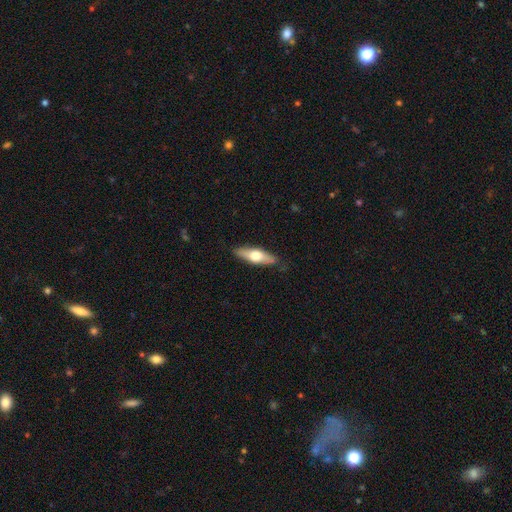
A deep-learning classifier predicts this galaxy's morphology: A smooth galaxy with no disk features (48%). Merging: none (85%).